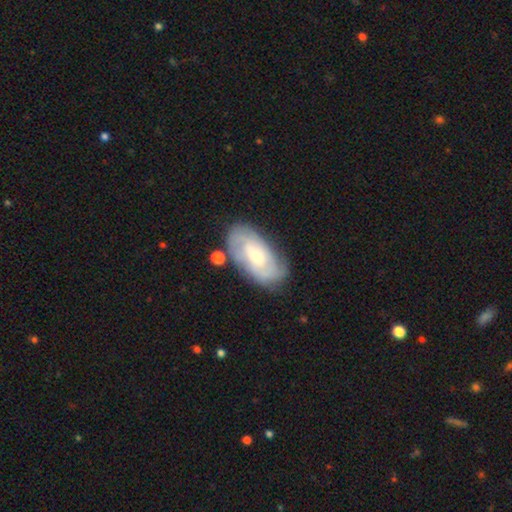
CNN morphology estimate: featured or disk 65%, smooth 28%, star or artifact 6%. Down the decision tree: edge-on disk — no (94%); bar — no (59%); spiral arms — yes (85%); spiral arm count — 2 (39%, tied with can't tell); spiral winding — tight (55%); bulge size — small (55%); merging — none (70%).